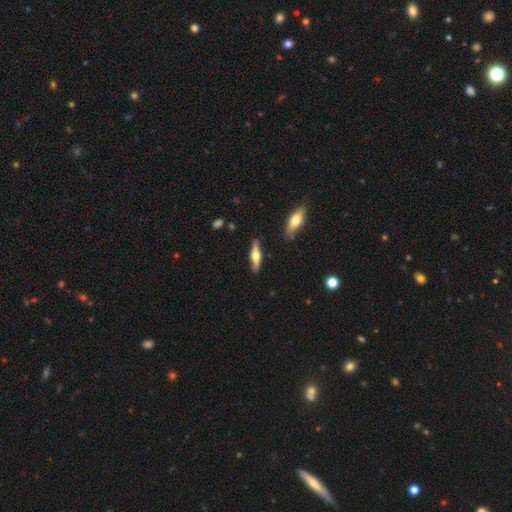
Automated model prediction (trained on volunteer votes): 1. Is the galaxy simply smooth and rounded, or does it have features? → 52% featured or disk, 42% smooth, 5% star or artifact.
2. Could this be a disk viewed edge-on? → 91% yes, 9% no.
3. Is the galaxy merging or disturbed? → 86% none, 10% minor disturbance, 2% merger, 2% major disturbance.